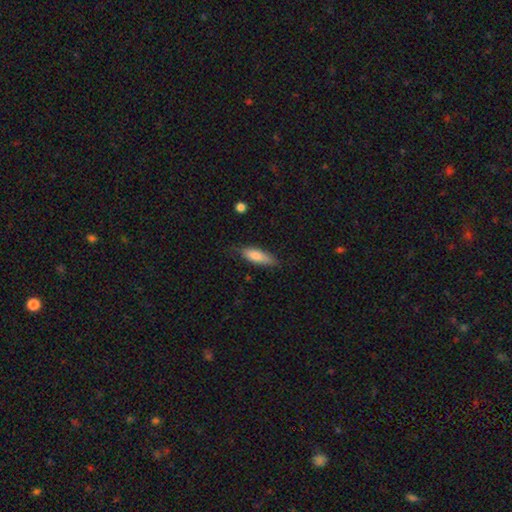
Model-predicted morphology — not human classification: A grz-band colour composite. It shows a smooth galaxy with no disk features (80%) that is in between round and cigar-shaped (53%). Merging: none (73%).